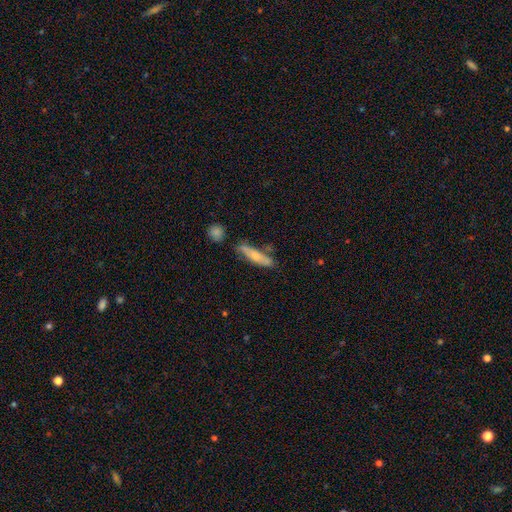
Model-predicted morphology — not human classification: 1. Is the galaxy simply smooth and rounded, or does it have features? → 63% smooth, 31% featured or disk, 6% star or artifact.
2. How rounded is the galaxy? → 74% cigar-shaped, 24% in between, 2% round.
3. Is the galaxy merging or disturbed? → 66% none, 20% minor disturbance, 9% merger, 5% major disturbance.